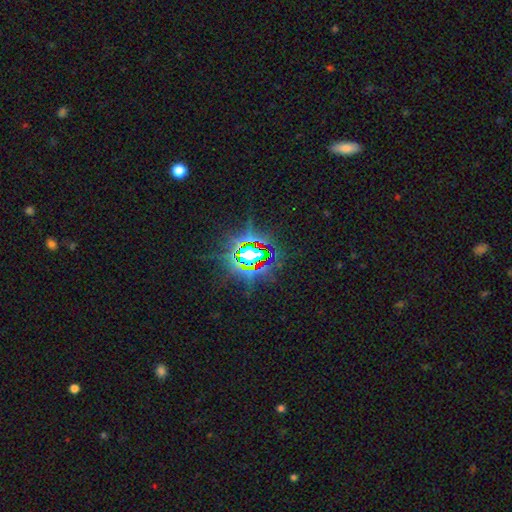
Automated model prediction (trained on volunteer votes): Smooth or featured? Predicted: star or artifact (p=0.82).